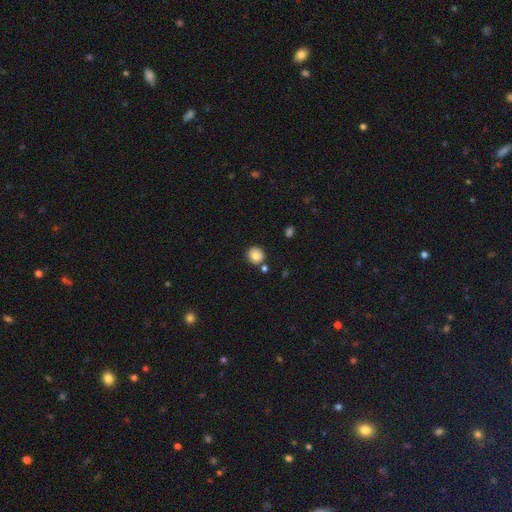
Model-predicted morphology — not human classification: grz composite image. It shows a smooth galaxy with no disk features (83%) that is round (90%). Merging: none (80%).